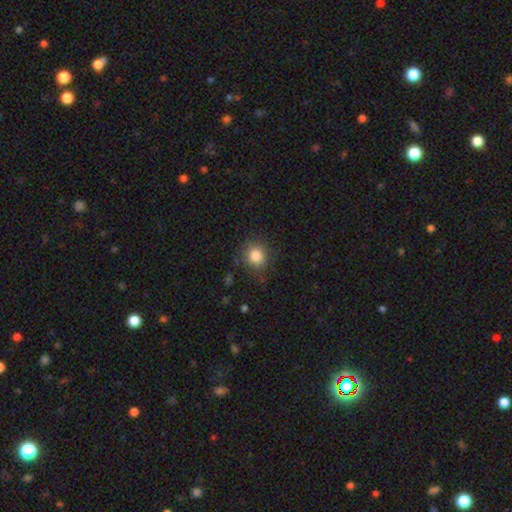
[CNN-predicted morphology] The model was most divided on "how rounded": round: 78%, in between: 21%, cigar-shaped: 1%. More confident: smooth or featured — smooth (84%); merging — none (77%).